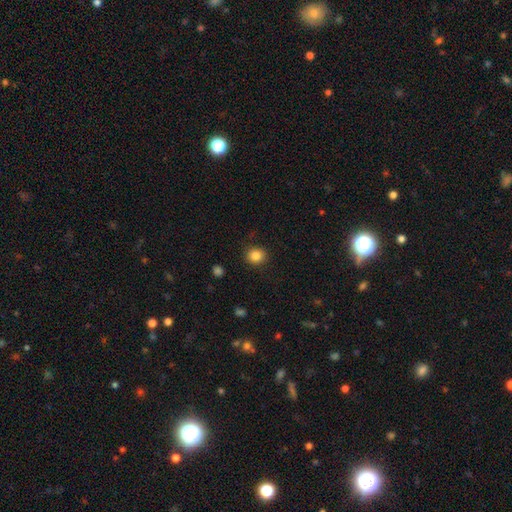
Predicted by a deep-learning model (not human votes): Smooth or featured?
  - smooth: 85% *
  - star or artifact: 11%
  - featured or disk: 4%
How rounded?
  - round: 83% *
  - in between: 16%
  - cigar-shaped: 1%
Merging?
  - none: 89% *
  - minor disturbance: 8%
  - major disturbance: 3%
  - merger: 1%